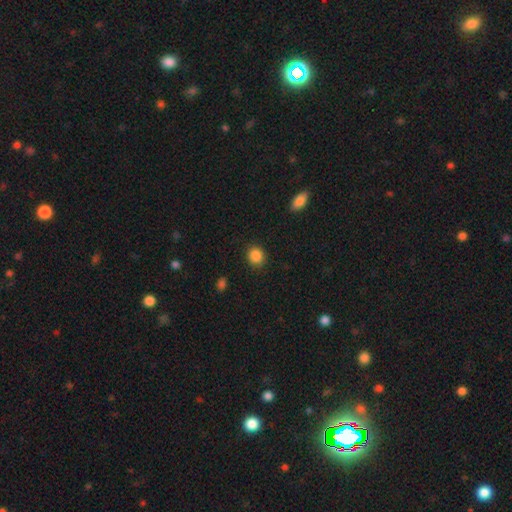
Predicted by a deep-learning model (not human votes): smooth 87%, star or artifact 10%, featured or disk 3%. Down the decision tree: how rounded — round (78%); merging — none (88%).